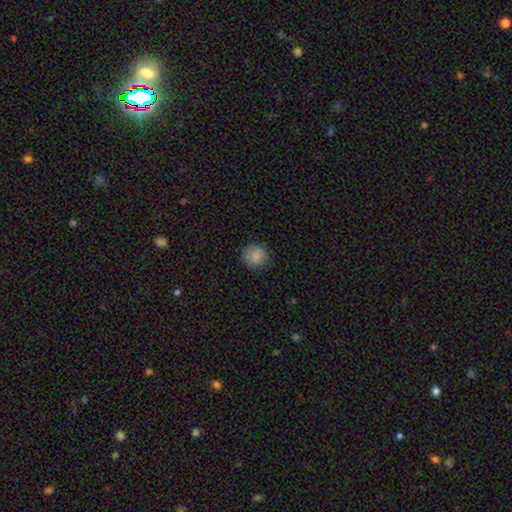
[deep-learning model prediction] smooth-or-featured: smooth: 87% | star or artifact: 9% | featured or disk: 4%
  how-rounded: round: 92% | in between: 7% | cigar-shaped: 1%
  merging: none: 87% | minor disturbance: 10% | major disturbance: 3% | merger: 1%